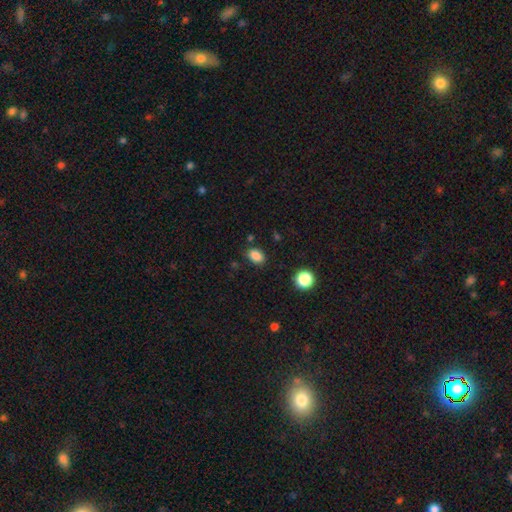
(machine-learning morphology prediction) Smooth or featured: smooth — 85% (star or artifact — 11%)
How rounded: in between — 79% (round — 20%)
Merging: none — 83% (minor disturbance — 12%)